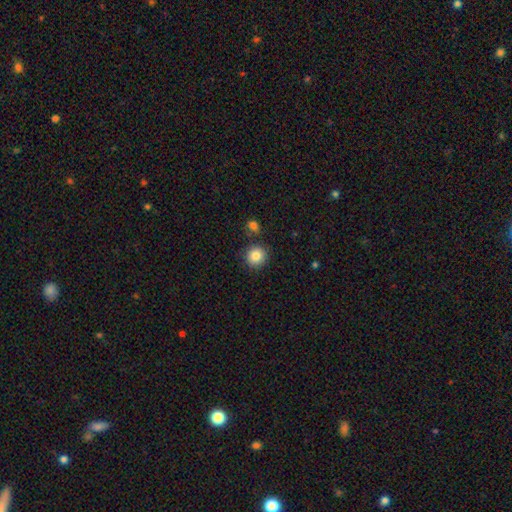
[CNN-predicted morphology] Q: Smooth or featured?
A: smooth (86%); runner-up: star or artifact (9%)
Q: How rounded?
A: round (91%); runner-up: in between (8%)
Q: Merging?
A: none (84%); runner-up: minor disturbance (8%)